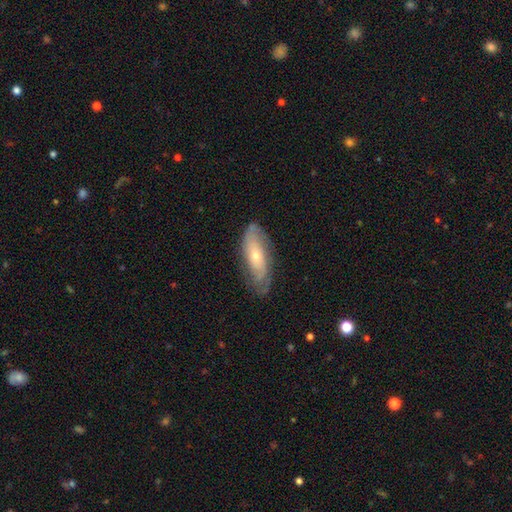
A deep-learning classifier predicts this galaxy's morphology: Smooth or featured? Predicted: featured or disk (p=0.64). Edge-on disk? Predicted: no (p=0.82). Bar? Predicted: no (p=0.73). Spiral arms? Predicted: yes (p=0.81). Bulge size? Predicted: small (p=0.57). Merging? Predicted: none (p=0.71).